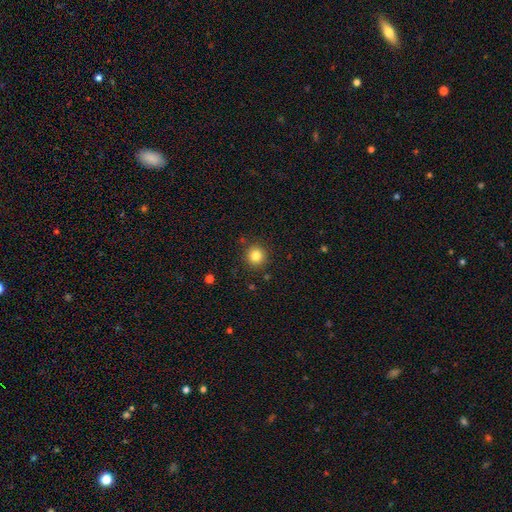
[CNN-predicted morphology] Smooth or featured? smooth (83%)
How rounded? round (94%)
Merging? none (88%)